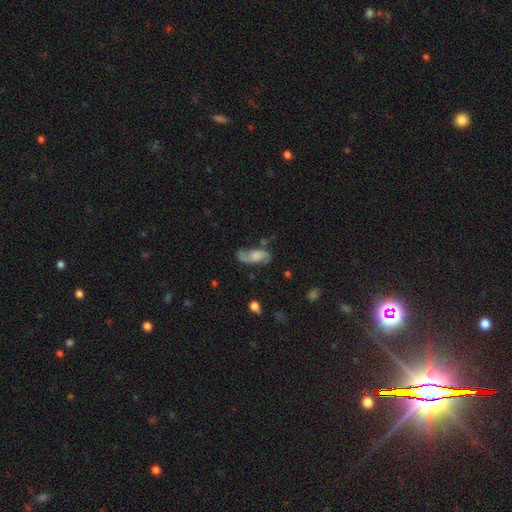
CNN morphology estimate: featured or disk 66%, smooth 27%, star or artifact 7%. Down the decision tree: edge-on disk — no (93%); bar — no (60%); spiral arms — yes (91%); spiral arm count — 2 (86%); spiral winding — loose (60%); bulge size — moderate (28%, tied with none); merging — none (59%).